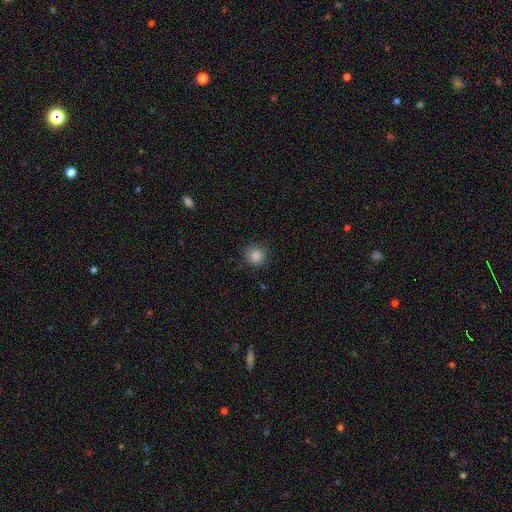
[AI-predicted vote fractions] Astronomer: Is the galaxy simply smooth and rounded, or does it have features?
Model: smooth — 86%.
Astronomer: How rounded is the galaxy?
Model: round — 93%.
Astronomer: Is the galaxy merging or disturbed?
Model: none — 89%.